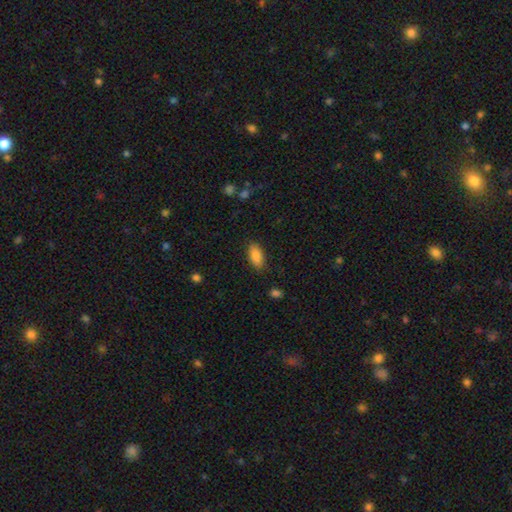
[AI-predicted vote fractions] smooth-or-featured: smooth: 85% | featured or disk: 7% | star or artifact: 7%
  how-rounded: in between: 86% | cigar-shaped: 11% | round: 3%
  merging: none: 84% | minor disturbance: 12% | major disturbance: 3% | merger: 1%